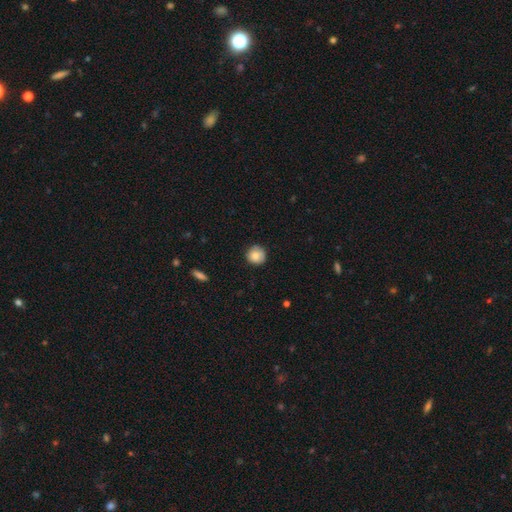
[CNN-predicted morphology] Overall: smooth (83%). How rounded: round (93%). Merging: none (83%).